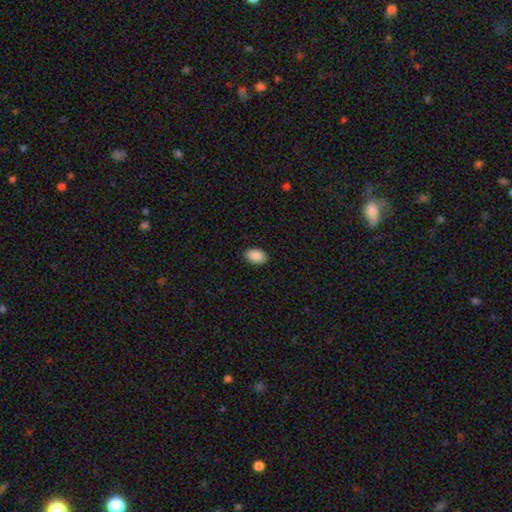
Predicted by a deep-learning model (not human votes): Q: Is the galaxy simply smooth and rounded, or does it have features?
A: smooth — 89%.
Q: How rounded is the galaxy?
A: in between — 92%.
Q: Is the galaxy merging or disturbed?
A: none — 89%.